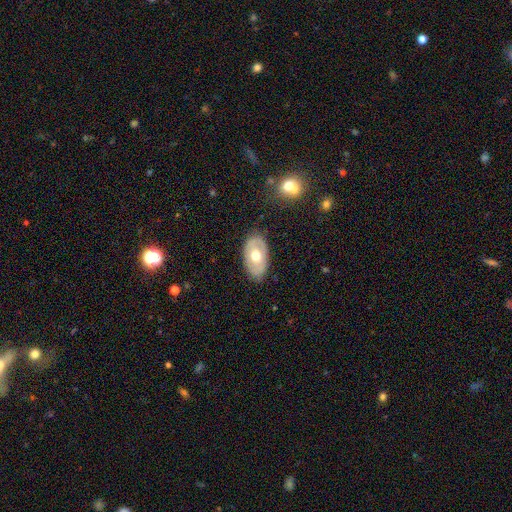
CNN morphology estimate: Overall: featured or disk (51%; smooth 44%). Edge-on disk: no (88%). Merging: none (82%).